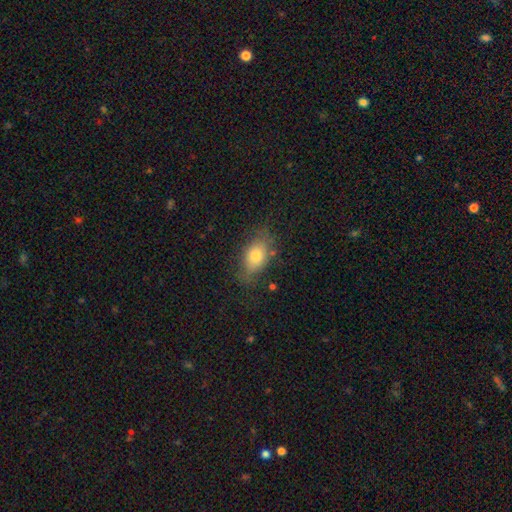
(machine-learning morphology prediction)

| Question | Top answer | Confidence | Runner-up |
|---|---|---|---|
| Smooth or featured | smooth | 76% | featured or disk (14%) |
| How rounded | in between | 84% | round (12%) |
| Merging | none | 70% | minor disturbance (21%) |